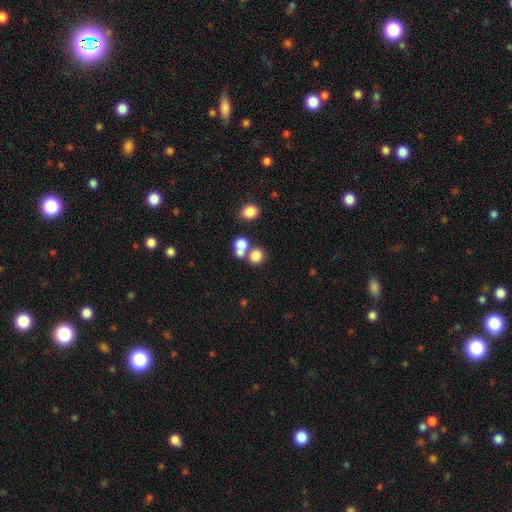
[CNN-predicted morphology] The model was most divided on "merging": none: 51%, merger: 38%, minor disturbance: 7%, major disturbance: 4%. More confident: smooth or featured — smooth (78%); how rounded — round (76%).